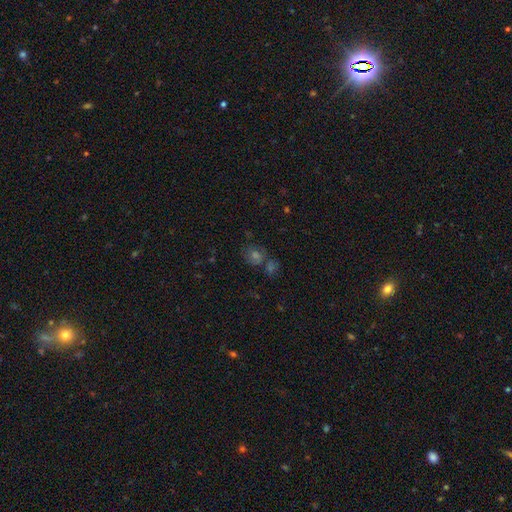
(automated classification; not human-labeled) Smooth or featured: smooth — 44% (star or artifact — 32%)
Merging: none — 60% (merger — 24%)